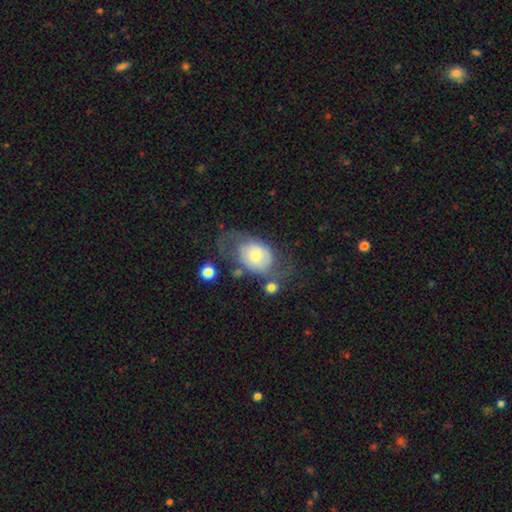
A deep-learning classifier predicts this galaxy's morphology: smooth-or-featured: smooth: 53% | featured or disk: 40% | star or artifact: 7%
  how-rounded: in between: 70% | round: 29% | cigar-shaped: 1%
  merging: none: 34% | major disturbance: 32% | minor disturbance: 24% | merger: 10%